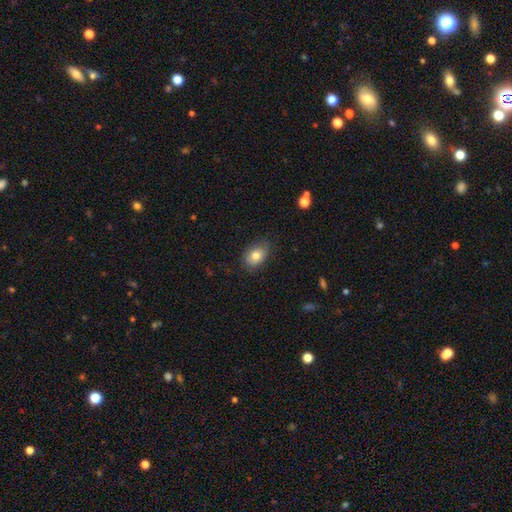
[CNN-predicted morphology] Smooth or featured? Predicted: smooth (p=0.79). How rounded? Predicted: in between (p=0.78). Merging? Predicted: none (p=0.77).